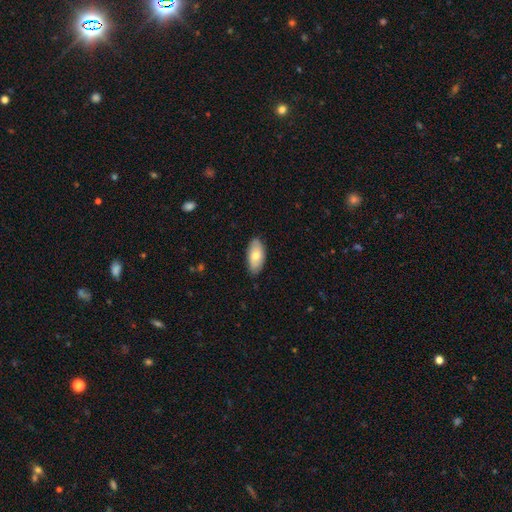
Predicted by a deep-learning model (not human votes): The model was most divided on "smooth or featured": smooth: 70%, featured or disk: 24%, star or artifact: 6%. More confident: how rounded — in between (93%); merging — none (83%).